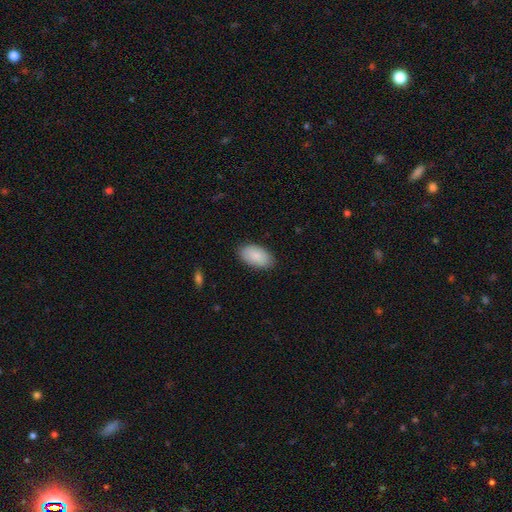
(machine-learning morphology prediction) The model was most divided on "merging": none: 87%, minor disturbance: 10%, major disturbance: 2%, merger: 1%. More confident: how rounded — in between (95%); smooth or featured — smooth (88%).